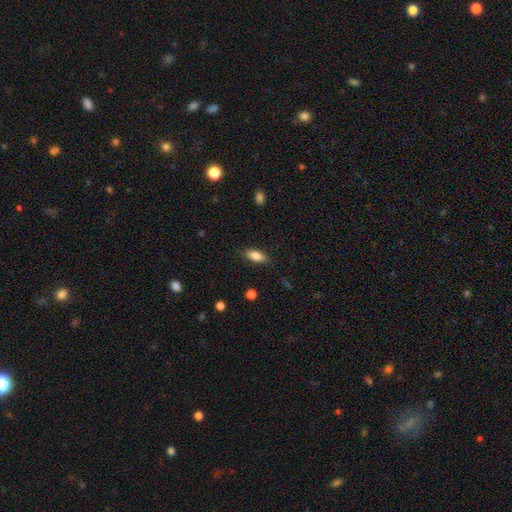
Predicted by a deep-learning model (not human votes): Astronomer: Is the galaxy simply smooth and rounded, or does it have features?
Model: smooth — 83%.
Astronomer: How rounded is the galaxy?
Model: in between — 82%.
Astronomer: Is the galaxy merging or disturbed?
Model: none — 84%.